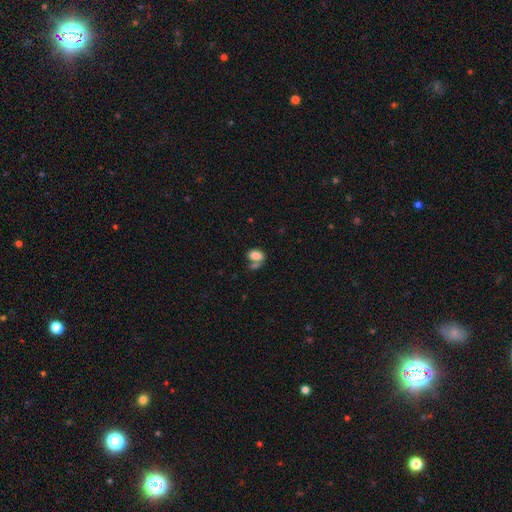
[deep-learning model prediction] This appears to be a smooth galaxy with no disk features (82%) that is in between round and cigar-shaped (85%). Merging: none (40%, tied with merger).